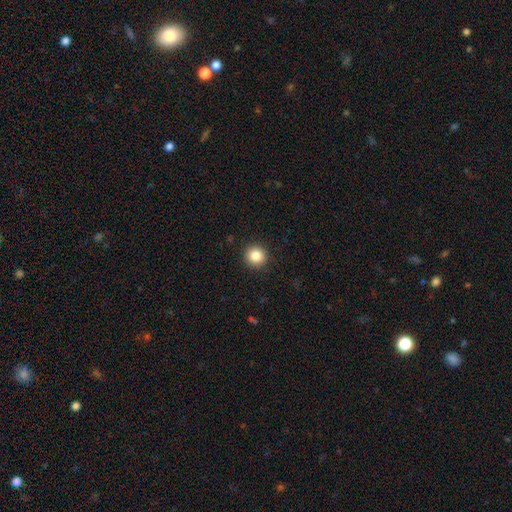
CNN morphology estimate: Smooth or featured? smooth (85%)
How rounded? round (94%)
Merging? none (92%)